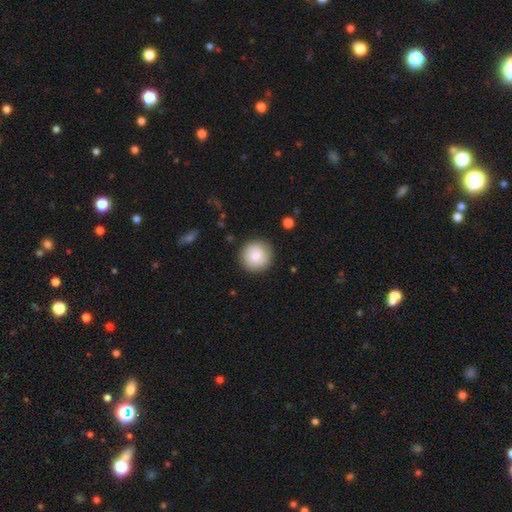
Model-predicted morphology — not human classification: A smooth galaxy with no disk features (80%) that is round (96%).

Vote fractions:
- Smooth or featured? smooth: 80% / featured or disk: 13% / star or artifact: 7%
- How rounded? round: 96% / in between: 3% / cigar-shaped: 1%
- Merging? none: 90% / minor disturbance: 7% / major disturbance: 2% / merger: 1%